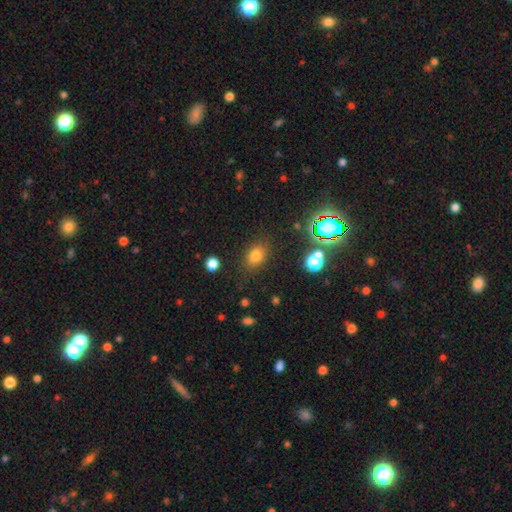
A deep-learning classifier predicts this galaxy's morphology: smooth-or-featured: smooth: 76% | star or artifact: 16% | featured or disk: 8%
  how-rounded: in between: 61% | round: 38% | cigar-shaped: 1%
  merging: none: 81% | minor disturbance: 12% | major disturbance: 4% | merger: 3%